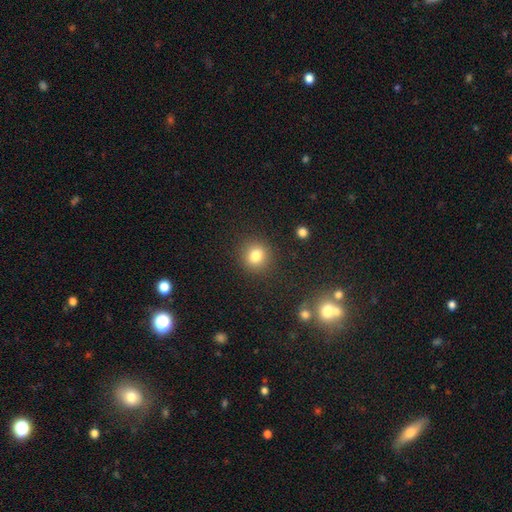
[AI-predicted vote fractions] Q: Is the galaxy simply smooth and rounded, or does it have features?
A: smooth — 81%.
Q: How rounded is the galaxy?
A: round — 88%.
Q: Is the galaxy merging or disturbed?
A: none — 89%.